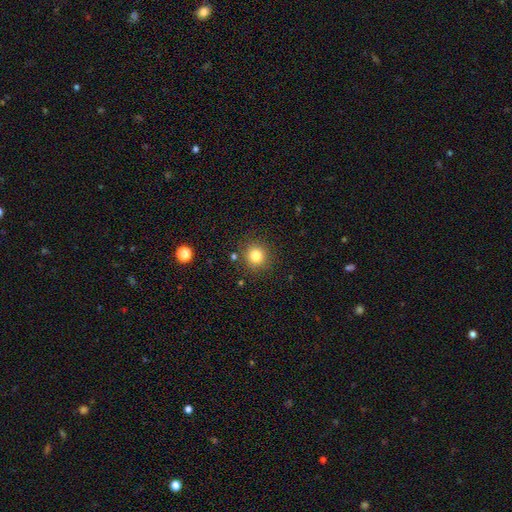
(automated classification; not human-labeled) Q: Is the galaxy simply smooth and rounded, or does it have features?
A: smooth — 81%.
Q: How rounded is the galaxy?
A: round — 92%.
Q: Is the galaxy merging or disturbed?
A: none — 86%.